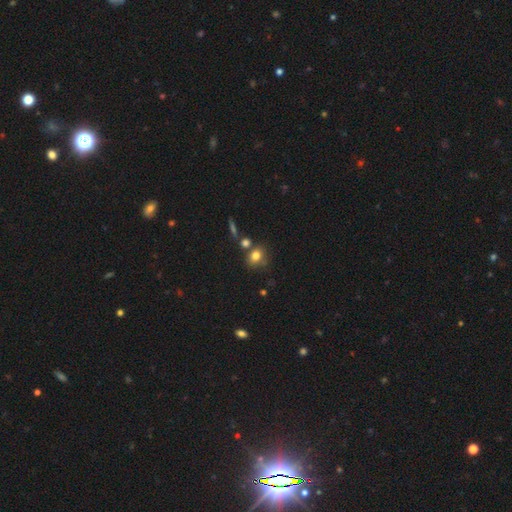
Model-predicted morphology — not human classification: Smooth or featured?
  - smooth: 78% *
  - star or artifact: 12%
  - featured or disk: 10%
How rounded?
  - round: 57% *
  - in between: 41%
  - cigar-shaped: 2%
Merging?
  - none: 63% *
  - merger: 17%
  - minor disturbance: 15%
  - major disturbance: 5%